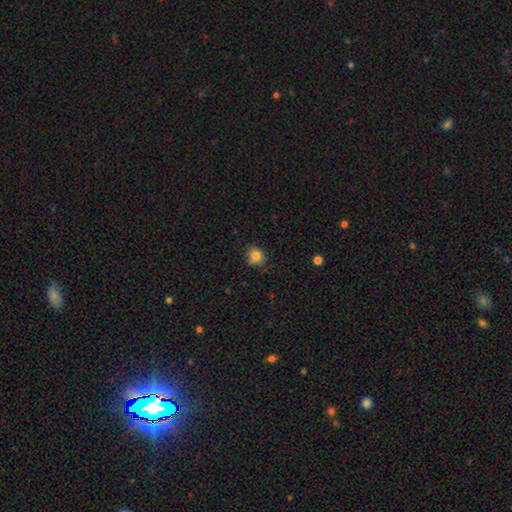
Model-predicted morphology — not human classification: Overall: smooth (82%). How rounded: round (82%). Merging: none (71%).